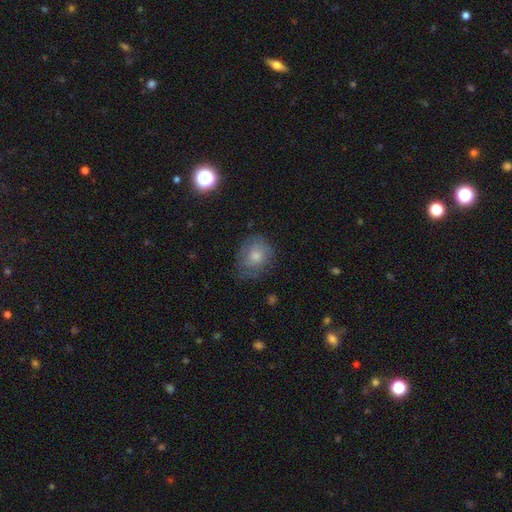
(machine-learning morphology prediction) smooth_or_featured: smooth (p=0.52) [alt: featured or disk p=0.33]
how_rounded: round (p=0.62) [alt: in between p=0.37]
merging: none (p=0.67) [alt: minor disturbance p=0.23]